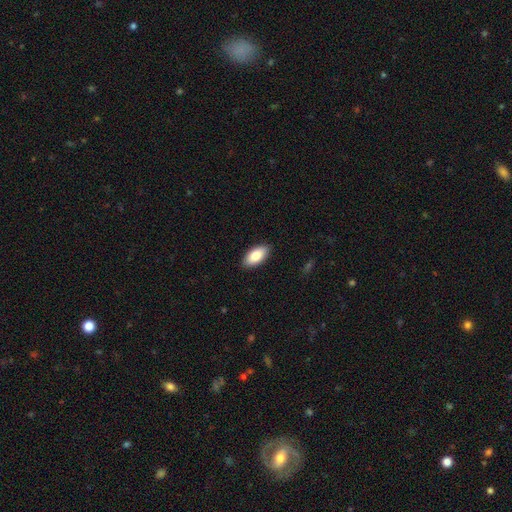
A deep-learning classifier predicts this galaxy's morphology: Smooth or featured: smooth — 85% (featured or disk — 9%)
How rounded: in between — 92% (cigar-shaped — 5%)
Merging: none — 89% (minor disturbance — 8%)